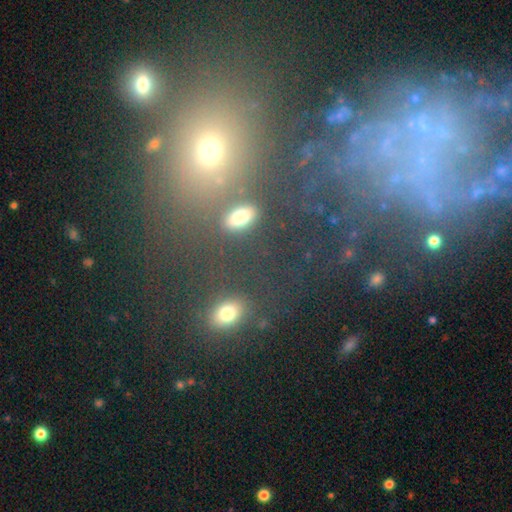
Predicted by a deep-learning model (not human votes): This appears to be a smooth galaxy with no disk features (63%) that is in between round and cigar-shaped (71%). Merging: none (77%).